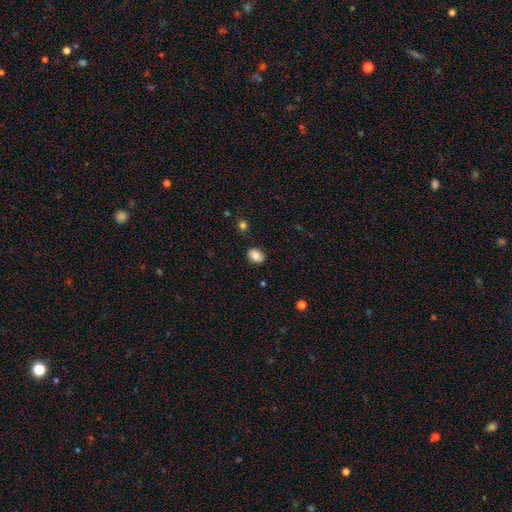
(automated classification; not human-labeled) Overall: smooth (84%). How rounded: in between (66%; round 33%). Merging: none (82%).